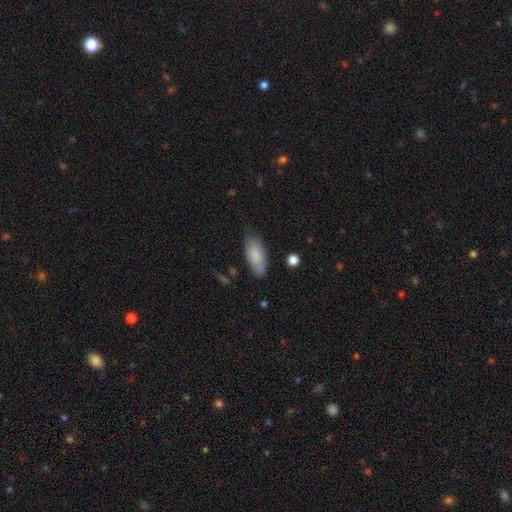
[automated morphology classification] smooth_or_featured: smooth (p=0.82) [alt: featured or disk p=0.12]
how_rounded: in between (p=0.84) [alt: cigar-shaped p=0.14]
merging: none (p=0.72) [alt: minor disturbance p=0.22]